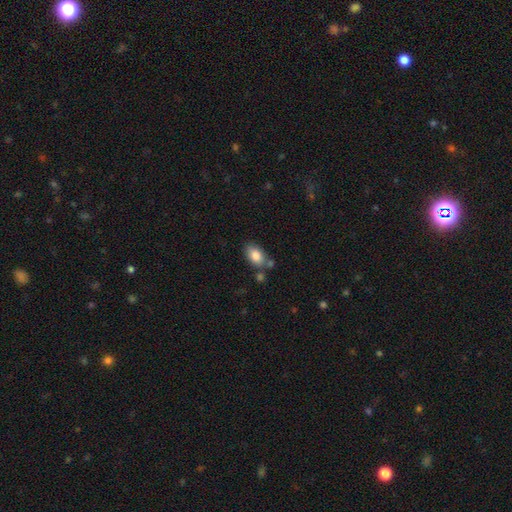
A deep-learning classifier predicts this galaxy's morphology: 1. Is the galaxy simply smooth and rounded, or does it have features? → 84% smooth, 8% featured or disk, 7% star or artifact.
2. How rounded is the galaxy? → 90% in between, 8% round, 2% cigar-shaped.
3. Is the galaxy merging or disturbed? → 65% none, 17% minor disturbance, 15% merger, 4% major disturbance.